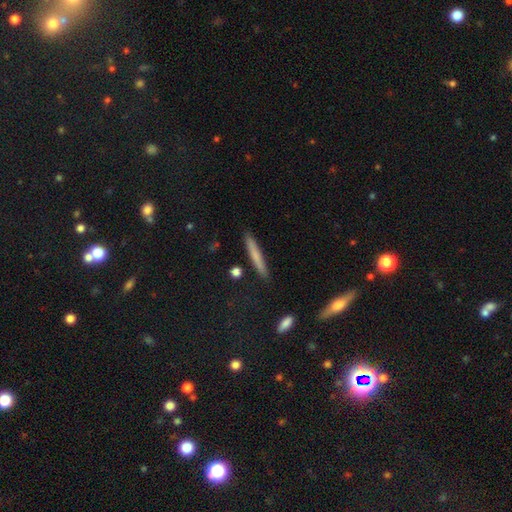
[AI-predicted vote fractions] This is likely a smooth galaxy (65%). How rounded: clearly cigar-shaped (95%). Merging: clearly none (88%).